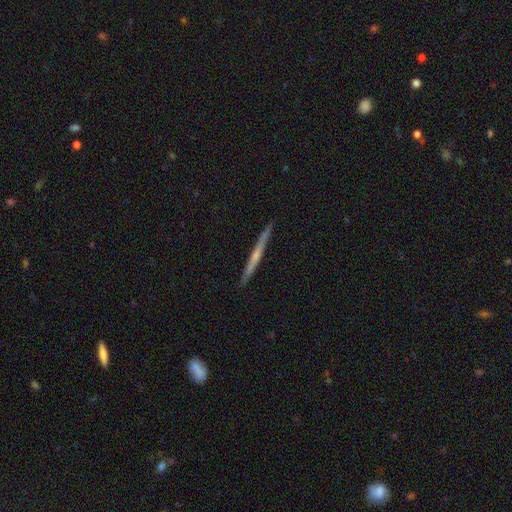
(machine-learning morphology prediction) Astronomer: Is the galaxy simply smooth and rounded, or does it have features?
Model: featured or disk — 63%.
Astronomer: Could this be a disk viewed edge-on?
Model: yes — 98%.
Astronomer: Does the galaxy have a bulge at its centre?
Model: none — 60%.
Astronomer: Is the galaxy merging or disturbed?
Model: none — 92%.